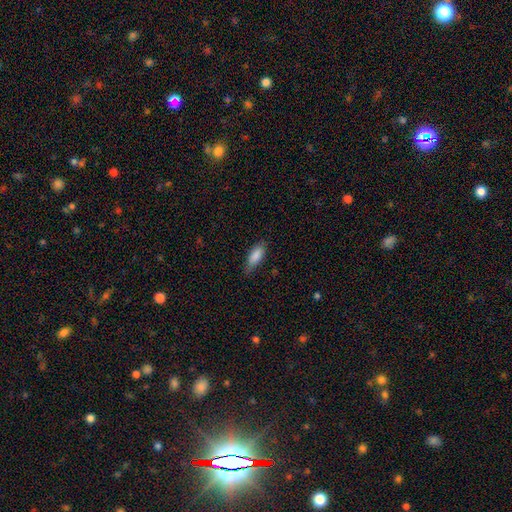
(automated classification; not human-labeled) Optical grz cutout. It shows a smooth galaxy with no disk features (86%) that is in between round and cigar-shaped (74%). Merging: none (72%).